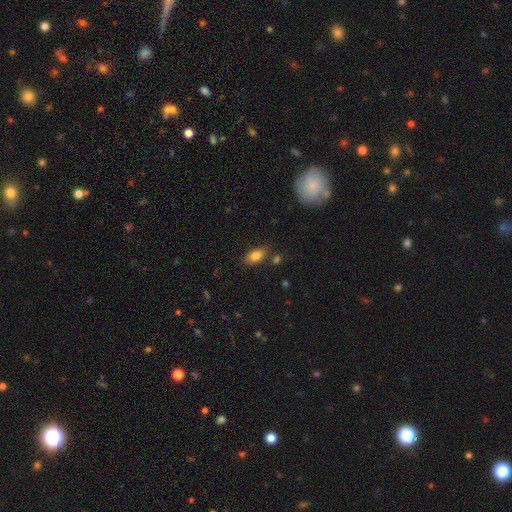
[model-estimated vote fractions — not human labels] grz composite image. It shows a smooth galaxy with no disk features (81%) that is in between round and cigar-shaped (87%). Merging: none (75%).